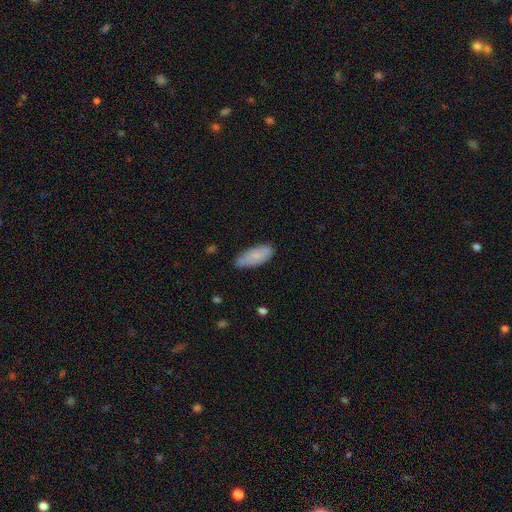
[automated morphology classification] A smooth galaxy with no disk features (76%) that is in between round and cigar-shaped (82%). Merging: none (67%).